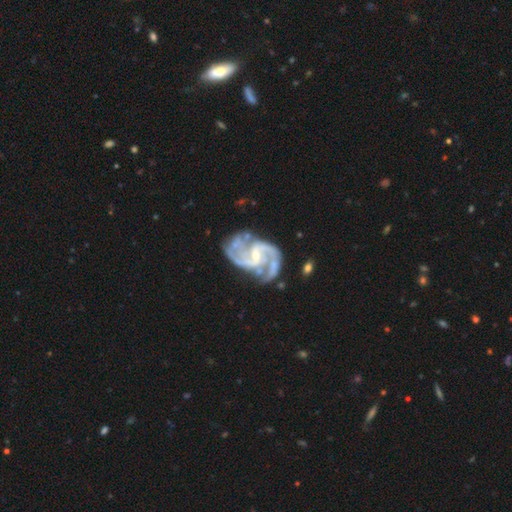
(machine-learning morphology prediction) Q: Smooth or featured?
A: featured or disk (93%); runner-up: star or artifact (4%)
Q: Edge-on disk?
A: no (98%); runner-up: yes (2%)
Q: Bar?
A: weak (49%); runner-up: no (29%)
Q: Spiral arms?
A: yes (98%); runner-up: no (2%)
Q: Spiral winding?
A: medium (60%); runner-up: loose (21%)
Q: Spiral arm count?
A: 2 (74%); runner-up: 3 (12%)
Q: Bulge size?
A: small (69%); runner-up: moderate (26%)
Q: Merging?
A: none (60%); runner-up: minor disturbance (22%)